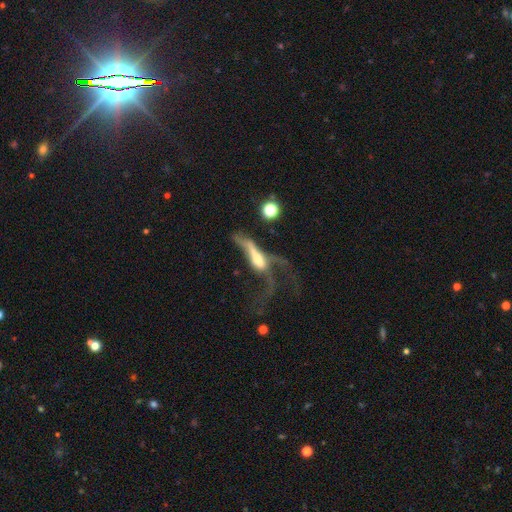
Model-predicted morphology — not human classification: This appears to be a featured or disk galaxy (65%). Merging: major disturbance (54%).